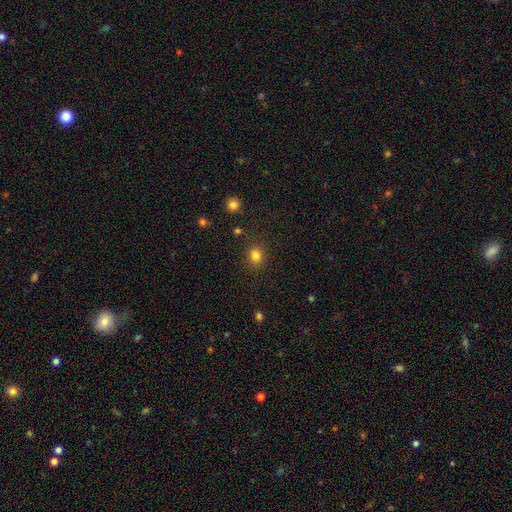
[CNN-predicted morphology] Overall: smooth (82%). How rounded: round (70%). Merging: none (84%).